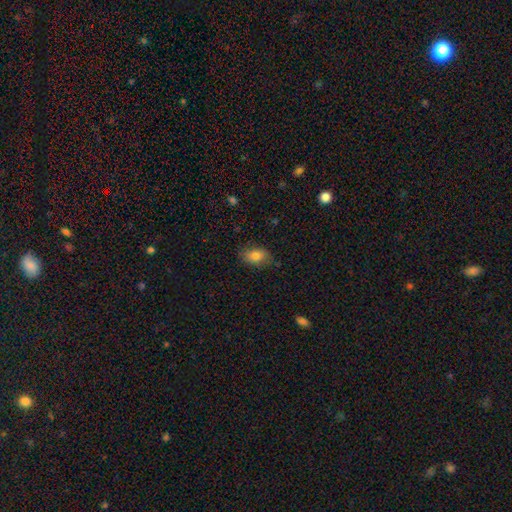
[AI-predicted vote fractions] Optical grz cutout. It shows a smooth galaxy with no disk features (81%) that is in between round and cigar-shaped (86%). Merging: none (78%).